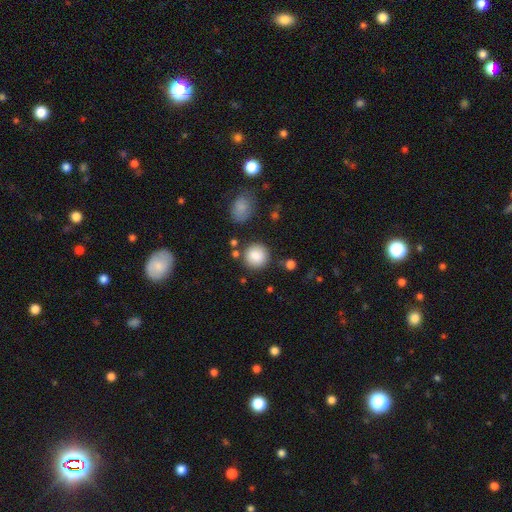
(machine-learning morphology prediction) This is clearly a smooth galaxy (86%). How rounded: clearly round (90%). Merging: clearly none (82%).